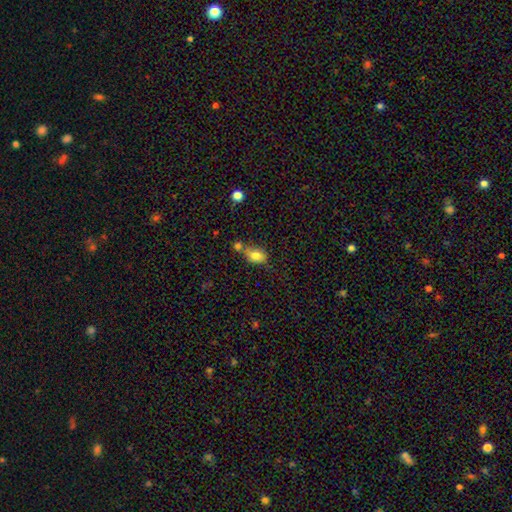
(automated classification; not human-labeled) smooth_or_featured: smooth (p=0.81) [alt: featured or disk p=0.10]
how_rounded: in between (p=0.79) [alt: round p=0.20]
merging: none (p=0.49) [alt: merger p=0.29]